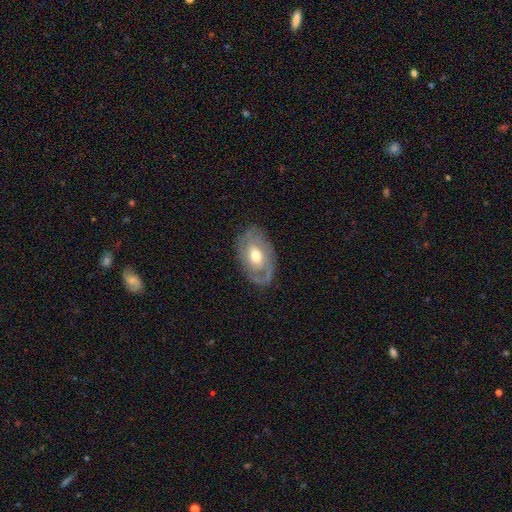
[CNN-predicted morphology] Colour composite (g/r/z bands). It shows a featured or disk galaxy (74%) with no bar (62%), 2 (53%) tight (52%) spiral arms (81%) and a moderate central bulge (74%). Merging: none (77%).